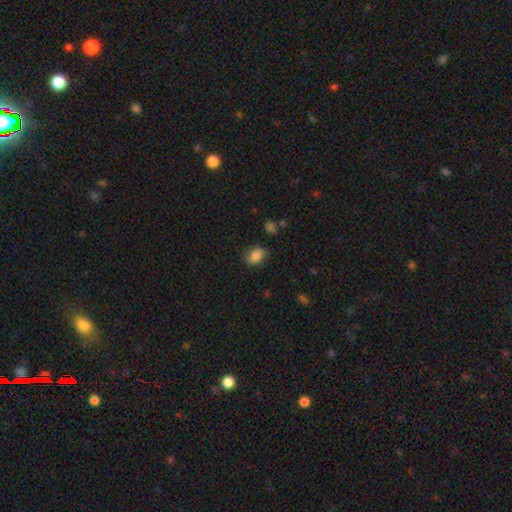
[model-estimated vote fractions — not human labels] Smooth or featured? Predicted: smooth (p=0.84). How rounded? Predicted: in between (p=0.80). Merging? Predicted: none (p=0.78).